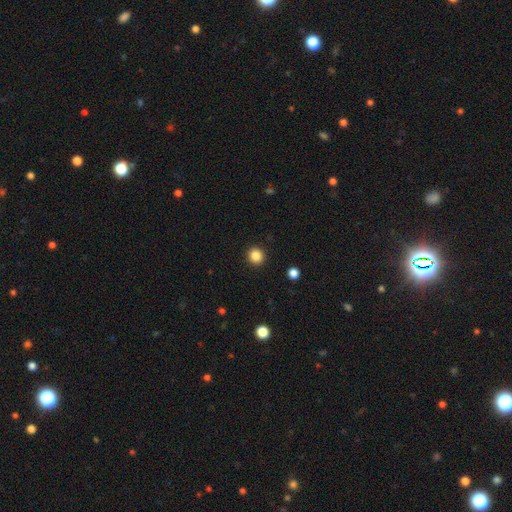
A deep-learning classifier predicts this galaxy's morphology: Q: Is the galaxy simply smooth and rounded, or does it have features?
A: smooth — 85%.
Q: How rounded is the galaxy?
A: round — 90%.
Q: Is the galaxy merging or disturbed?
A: none — 92%.